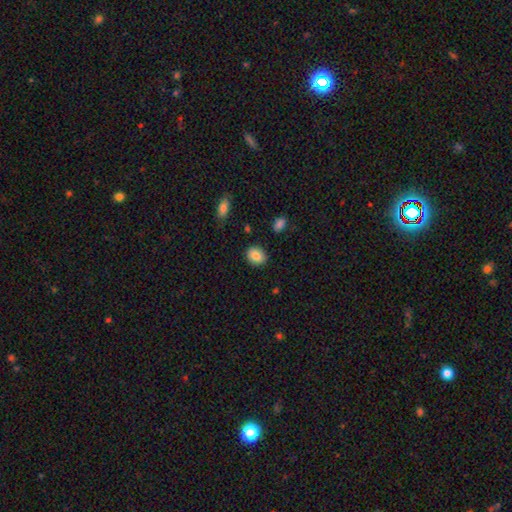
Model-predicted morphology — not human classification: Smooth or featured?
  - smooth: 86% *
  - star or artifact: 8%
  - featured or disk: 6%
How rounded?
  - in between: 53% *
  - round: 46%
  - cigar-shaped: 1%
Merging?
  - none: 88% *
  - minor disturbance: 8%
  - major disturbance: 2%
  - merger: 2%